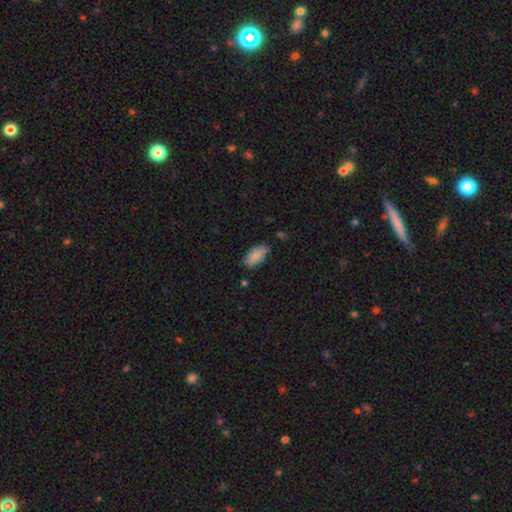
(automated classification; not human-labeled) A smooth galaxy with no disk features (86%) that is in between round and cigar-shaped (90%).

Vote fractions:
- Smooth or featured? smooth: 86% / featured or disk: 7% / star or artifact: 6%
- How rounded? in between: 90% / cigar-shaped: 8% / round: 2%
- Merging? none: 80% / minor disturbance: 16% / major disturbance: 3% / merger: 2%